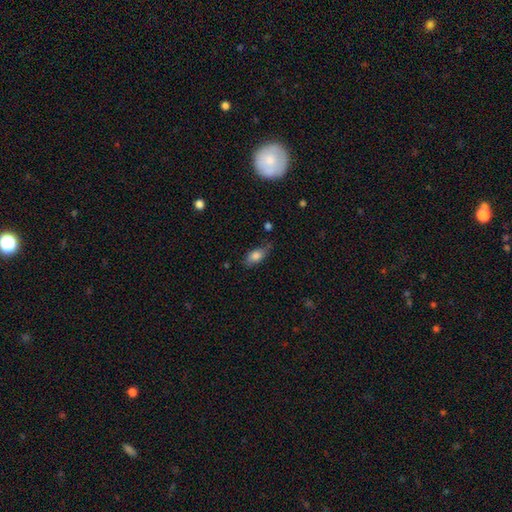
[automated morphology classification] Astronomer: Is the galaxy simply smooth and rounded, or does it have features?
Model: smooth — 78%.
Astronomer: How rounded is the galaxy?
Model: in between — 85%.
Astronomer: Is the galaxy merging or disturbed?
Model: none — 64%.